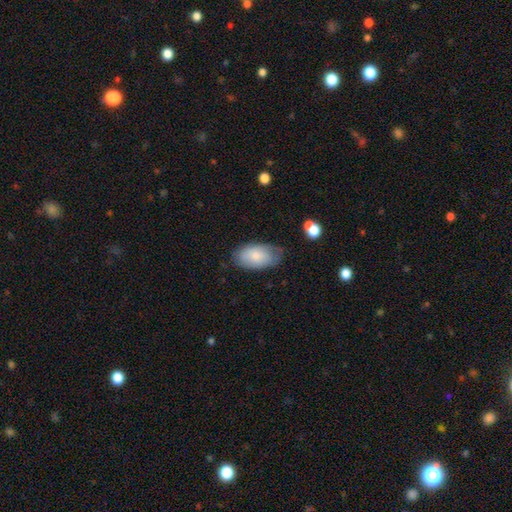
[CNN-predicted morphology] smooth_or_featured: smooth (p=0.76) [alt: featured or disk p=0.18]
how_rounded: in between (p=0.95) [alt: round p=0.04]
merging: none (p=0.68) [alt: minor disturbance p=0.24]